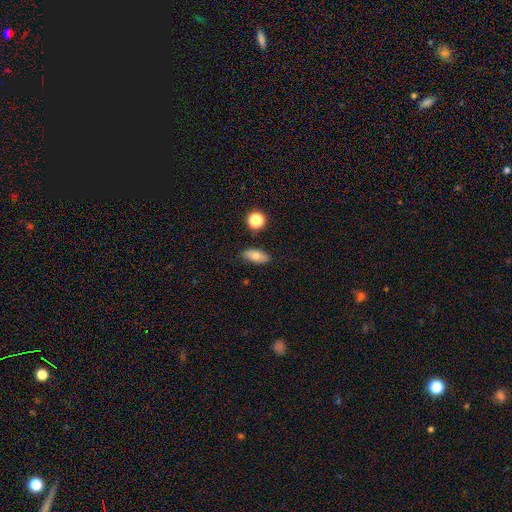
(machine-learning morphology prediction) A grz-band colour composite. It shows a smooth galaxy with no disk features (73%) that is in between round and cigar-shaped (83%). Merging: none (86%).